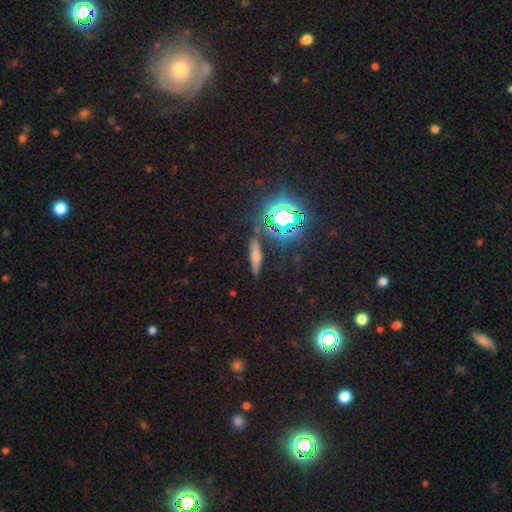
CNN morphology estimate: A smooth galaxy with no disk features (52%) that is cigar-shaped (77%).

Vote fractions:
- Smooth or featured? smooth: 52% / star or artifact: 26% / featured or disk: 22%
- How rounded? cigar-shaped: 77% / in between: 18% / round: 5%
- Merging? none: 81% / minor disturbance: 12% / merger: 4% / major disturbance: 4%